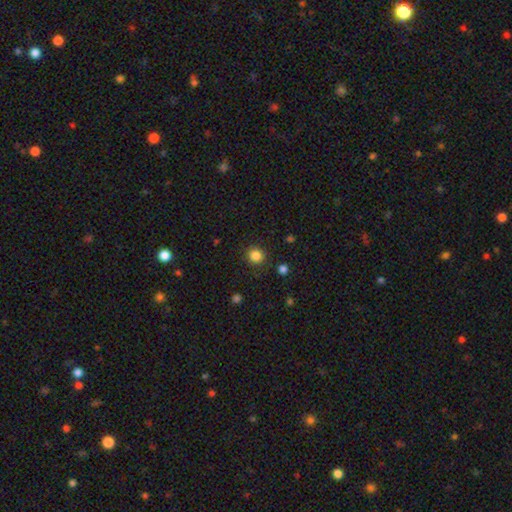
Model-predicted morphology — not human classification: A smooth galaxy with no disk features (84%) that is round (91%).

Vote fractions:
- Smooth or featured? smooth: 84% / star or artifact: 12% / featured or disk: 4%
- How rounded? round: 91% / in between: 8% / cigar-shaped: 1%
- Merging? none: 89% / minor disturbance: 7% / major disturbance: 3% / merger: 2%